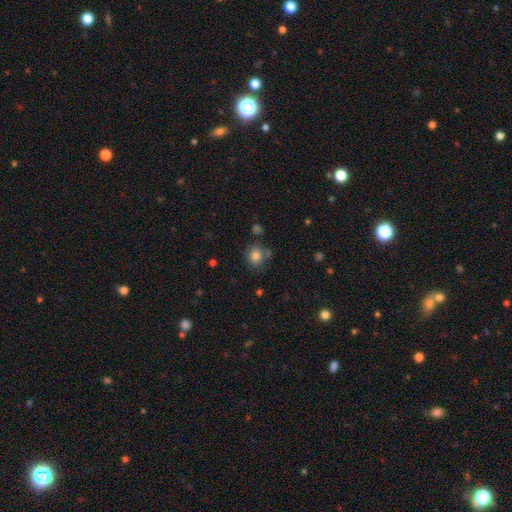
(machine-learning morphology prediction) This appears to be a smooth galaxy with no disk features (83%) that is round (81%). Merging: none (74%).